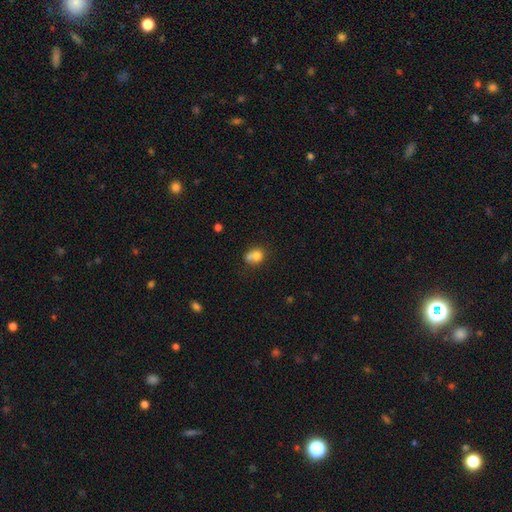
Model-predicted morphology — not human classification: A smooth galaxy with no disk features (74%) that is round (57%).

Vote fractions:
- Smooth or featured? smooth: 74% / featured or disk: 15% / star or artifact: 11%
- How rounded? round: 57% / in between: 42% / cigar-shaped: 1%
- Merging? merger: 41% / none: 35% / minor disturbance: 16% / major disturbance: 8%